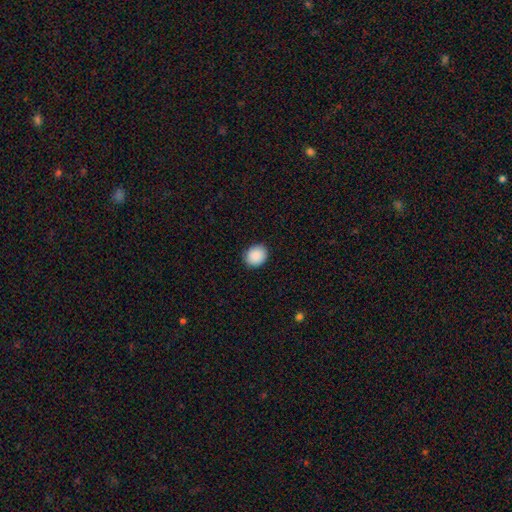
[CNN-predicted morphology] The model was most divided on "how rounded": round: 66%, in between: 34%, cigar-shaped: 1%. More confident: smooth or featured — smooth (90%); merging — none (89%).